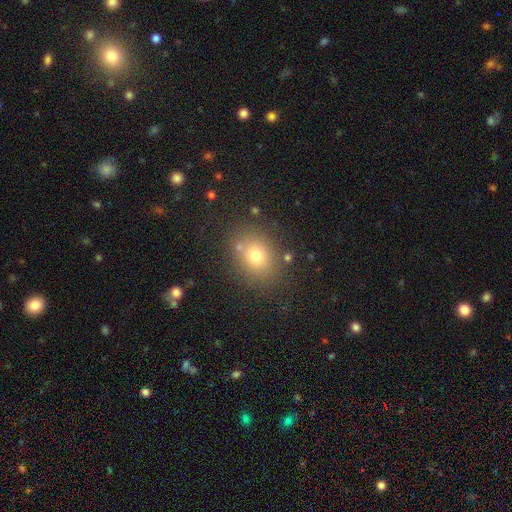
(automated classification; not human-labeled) Overall: smooth (74%). How rounded: in between (50%; round 49%). Merging: none (79%).